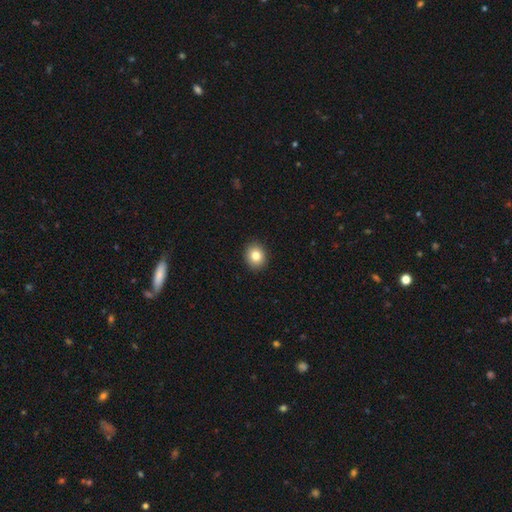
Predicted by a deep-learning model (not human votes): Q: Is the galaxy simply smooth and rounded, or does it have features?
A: smooth — 82%.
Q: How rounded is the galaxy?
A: round — 72%.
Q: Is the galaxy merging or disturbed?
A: none — 92%.